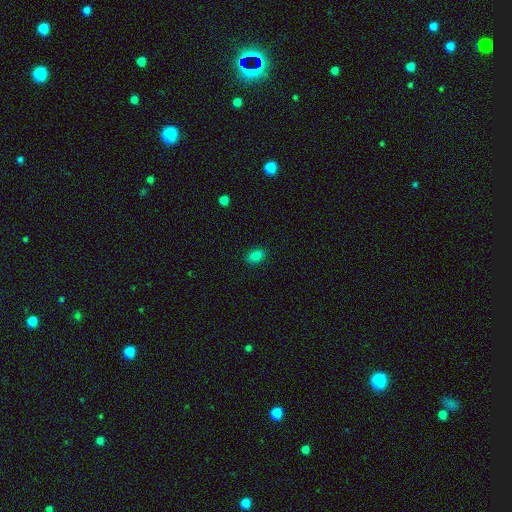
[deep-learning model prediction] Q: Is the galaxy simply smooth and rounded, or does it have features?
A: smooth — 84%.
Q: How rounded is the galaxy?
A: in between — 83%.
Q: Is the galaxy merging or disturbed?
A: none — 88%.